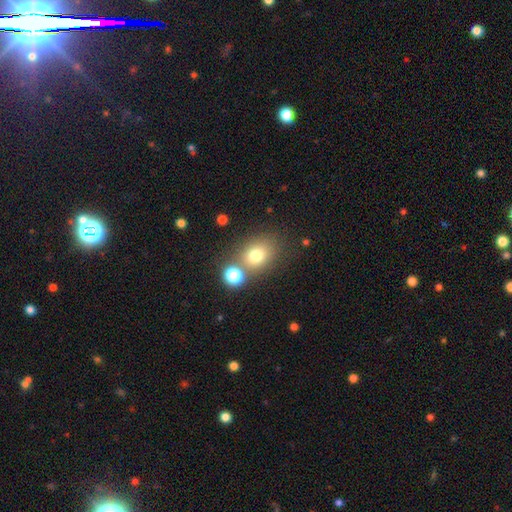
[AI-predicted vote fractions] A smooth galaxy with no disk features (74%) that is round (49%, tied with in between). Merging: none (65%).